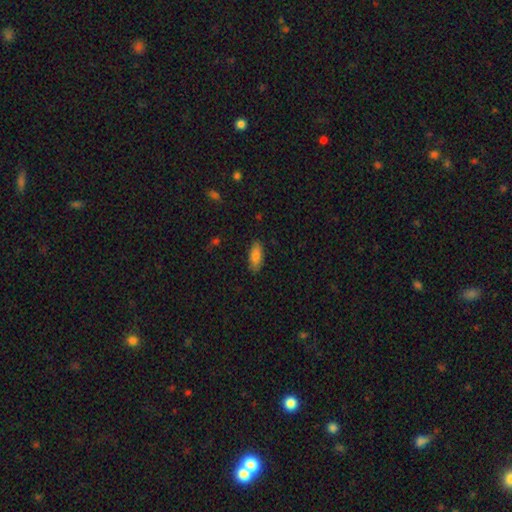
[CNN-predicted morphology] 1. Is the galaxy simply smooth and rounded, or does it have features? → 85% smooth, 9% featured or disk, 7% star or artifact.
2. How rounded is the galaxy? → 81% in between, 17% cigar-shaped, 2% round.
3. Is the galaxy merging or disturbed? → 86% none, 11% minor disturbance, 2% major disturbance, 1% merger.